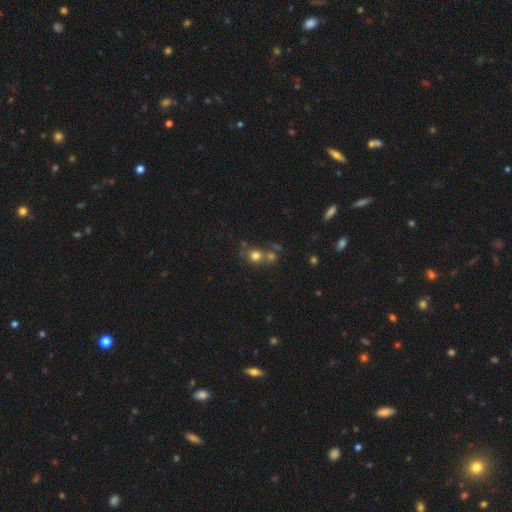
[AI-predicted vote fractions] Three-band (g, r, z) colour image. It shows a smooth galaxy with no disk features (73%) that is round (81%). Merging: none (48%).